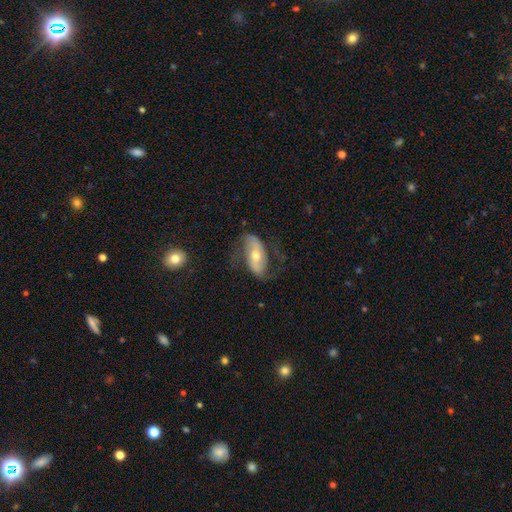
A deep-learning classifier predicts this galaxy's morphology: type=featured or disk (76%); edge-on=no (94%); bar=weak (35%); spiral arms=yes (91%); winding=loose (54%); arm count=2 (89%); bulge=moderate (56%); merging=none (64%).